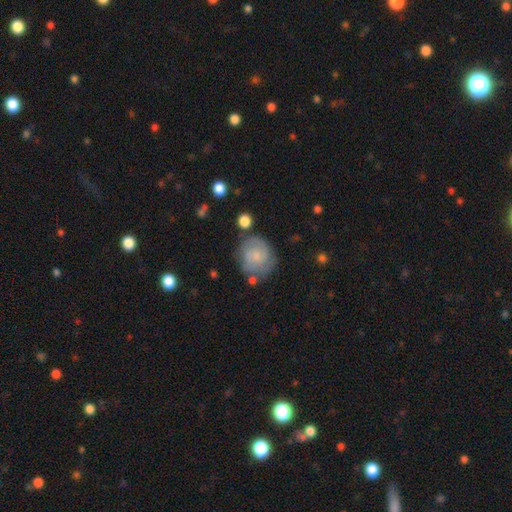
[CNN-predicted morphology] A featured or disk galaxy (51%).

Vote fractions:
- Smooth or featured? featured or disk: 51% / smooth: 41% / star or artifact: 8%
- Edge-on disk? no: 98% / yes: 2%
- Merging? none: 65% / minor disturbance: 20% / major disturbance: 8% / merger: 6%